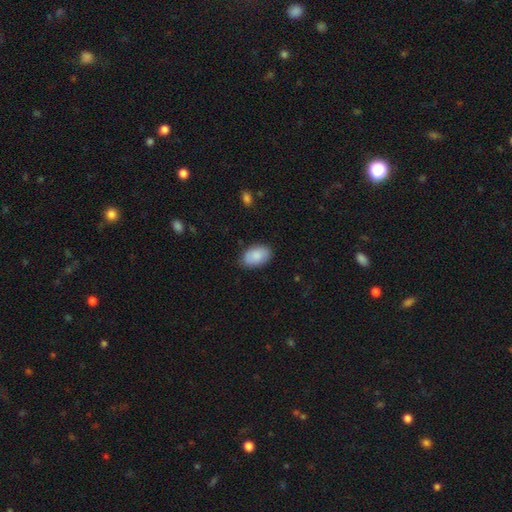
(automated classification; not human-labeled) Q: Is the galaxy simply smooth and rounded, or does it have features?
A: smooth — 87%.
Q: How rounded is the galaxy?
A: in between — 93%.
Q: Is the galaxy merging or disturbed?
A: none — 83%.